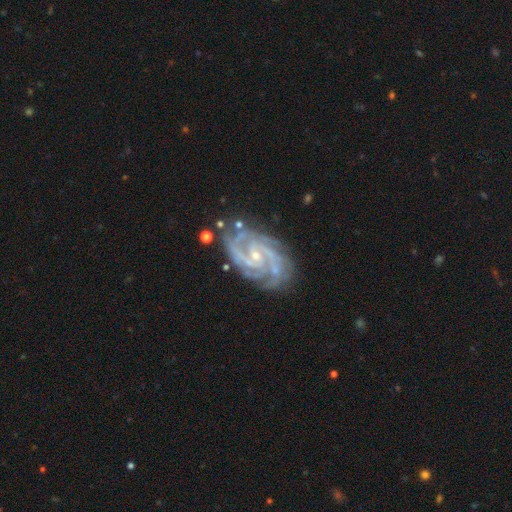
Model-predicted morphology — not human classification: Q: Smooth or featured?
A: featured or disk (92%); runner-up: star or artifact (5%)
Q: Edge-on disk?
A: no (98%); runner-up: yes (2%)
Q: Bar?
A: no (49%); runner-up: weak (38%)
Q: Spiral arms?
A: yes (99%); runner-up: no (1%)
Q: Spiral winding?
A: tight (60%); runner-up: medium (36%)
Q: Spiral arm count?
A: 3 (31%); runner-up: 2 (28%)
Q: Bulge size?
A: small (77%); runner-up: moderate (19%)
Q: Merging?
A: none (74%); runner-up: minor disturbance (18%)